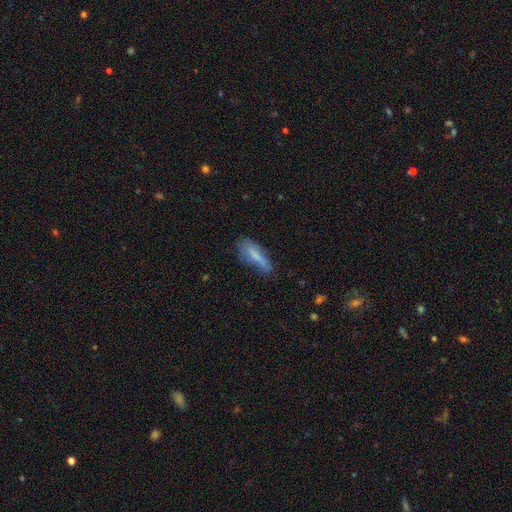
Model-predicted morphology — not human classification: Smooth or featured?
  - smooth: 70% *
  - featured or disk: 22%
  - star or artifact: 8%
How rounded?
  - cigar-shaped: 63% *
  - in between: 35%
  - round: 2%
Merging?
  - none: 51% *
  - minor disturbance: 32%
  - major disturbance: 14%
  - merger: 3%